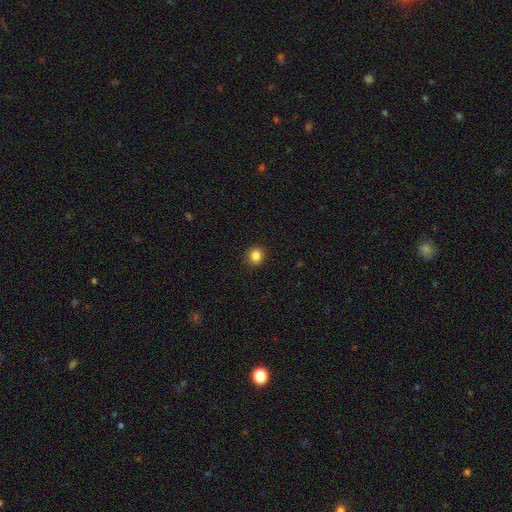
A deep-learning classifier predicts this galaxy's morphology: Smooth or featured?
  - smooth: 85% *
  - star or artifact: 11%
  - featured or disk: 4%
How rounded?
  - round: 89% *
  - in between: 10%
  - cigar-shaped: 1%
Merging?
  - none: 91% *
  - minor disturbance: 6%
  - major disturbance: 2%
  - merger: 1%